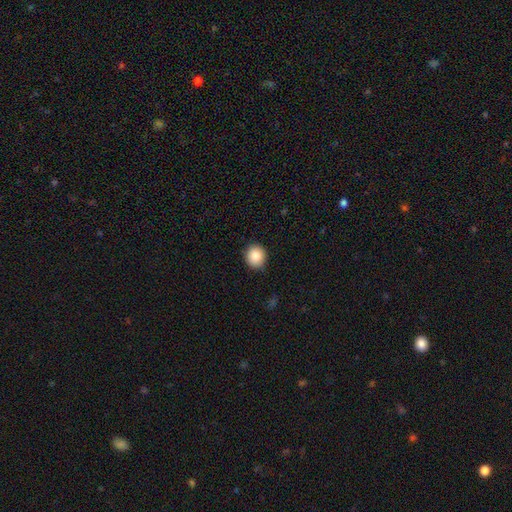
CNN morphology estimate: Smooth or featured?
  - smooth: 86% *
  - star or artifact: 8%
  - featured or disk: 6%
How rounded?
  - round: 86% *
  - in between: 13%
  - cigar-shaped: 1%
Merging?
  - none: 88% *
  - minor disturbance: 9%
  - major disturbance: 2%
  - merger: 1%